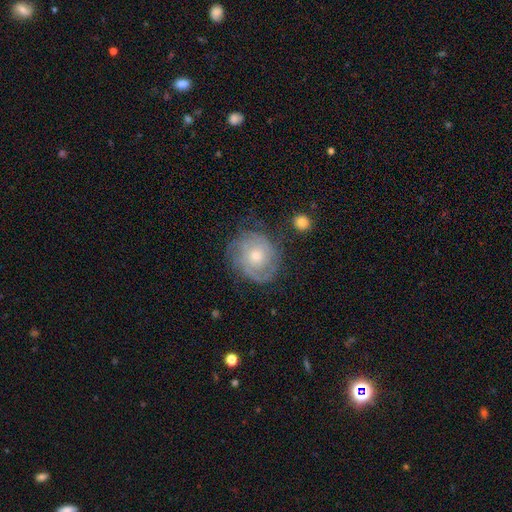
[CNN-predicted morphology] smooth-or-featured: featured or disk: 72% | smooth: 20% | star or artifact: 7%
  disk-edge-on: no: 97% | yes: 3%
    bar: no: 81% | weak: 17% | strong: 3%
    has-spiral-arms: yes: 88% | no: 12%
      spiral-winding: tight: 69% | medium: 24% | loose: 8%
      spiral-arm-count: can't tell: 44% | 2: 24% | 3: 16% | 1: 6% | 4: 6% | more than 4: 4%
    bulge-size: moderate: 50% | small: 46% | large: 2% | none: 1% | dominant: 1%
  merging: none: 71% | minor disturbance: 19% | major disturbance: 8% | merger: 2%